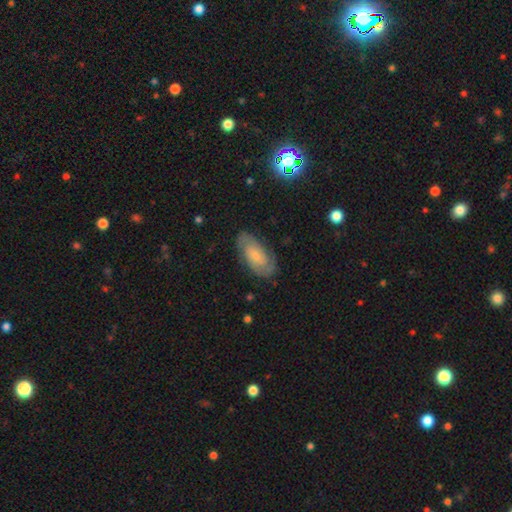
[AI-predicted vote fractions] A featured or disk galaxy (63%) with no bar (53%), 2 (68%) tight (57%) spiral arms (89%) and a small central bulge (54%).

Vote fractions:
- Smooth or featured? featured or disk: 63% / smooth: 30% / star or artifact: 7%
- Edge-on disk? no: 94% / yes: 6%
- Bar? no: 53% / weak: 37% / strong: 9%
- Spiral arms? yes: 89% / no: 11%
- Spiral winding? tight: 57% / medium: 34% / loose: 9%
- Spiral arm count? 2: 68% / can't tell: 22% / 3: 5% / 1: 3% / 4: 2% / more than 4: 2%
- Bulge size? small: 54% / moderate: 25% / none: 14% / large: 5% / dominant: 2%
- Merging? none: 80% / minor disturbance: 14% / major disturbance: 4% / merger: 1%